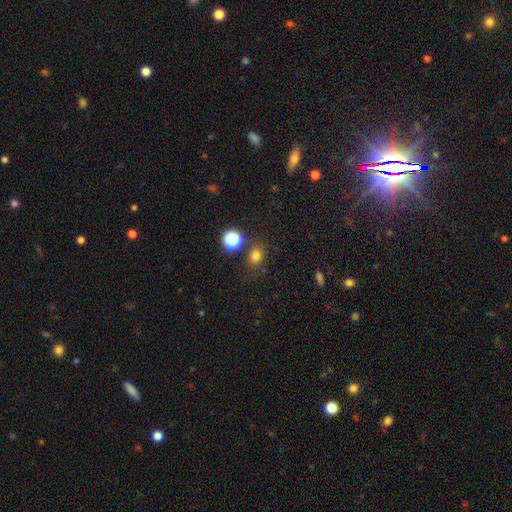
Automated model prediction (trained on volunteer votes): This appears to be a smooth galaxy with no disk features (75%) that is round (61%). Merging: none (79%).